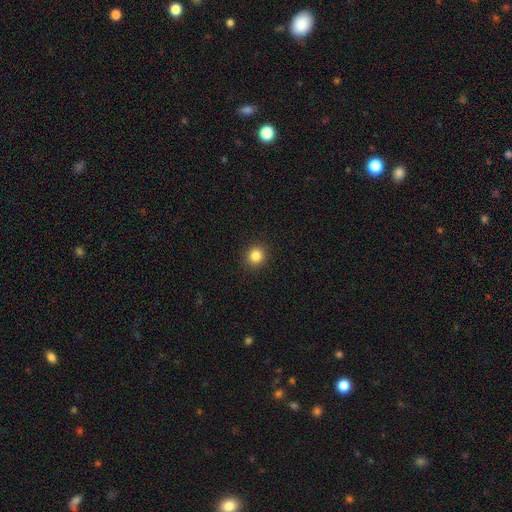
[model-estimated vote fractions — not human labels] This is clearly a smooth galaxy (84%). How rounded: clearly round (89%). Merging: clearly none (92%).